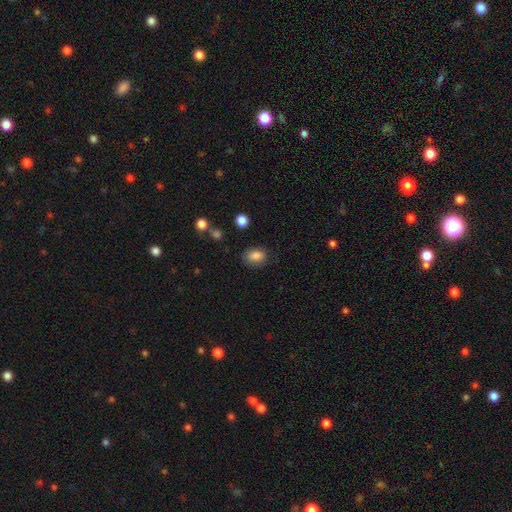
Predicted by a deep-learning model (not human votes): Q: Smooth or featured?
A: smooth (85%); runner-up: star or artifact (9%)
Q: How rounded?
A: in between (77%); runner-up: round (21%)
Q: Merging?
A: none (79%); runner-up: minor disturbance (15%)